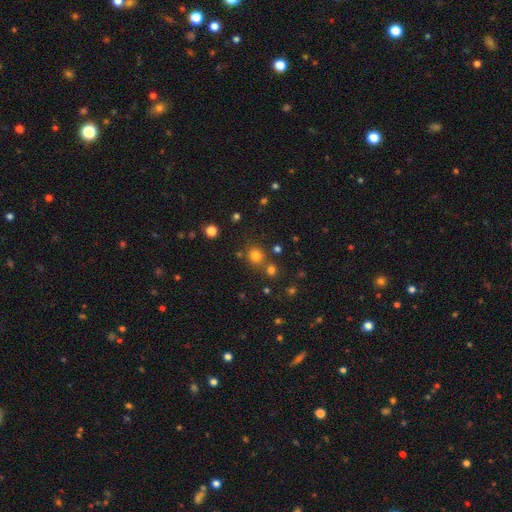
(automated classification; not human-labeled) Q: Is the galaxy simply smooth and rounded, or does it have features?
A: smooth — 76%.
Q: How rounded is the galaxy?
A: round — 85%.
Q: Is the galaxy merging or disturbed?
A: none — 73%.